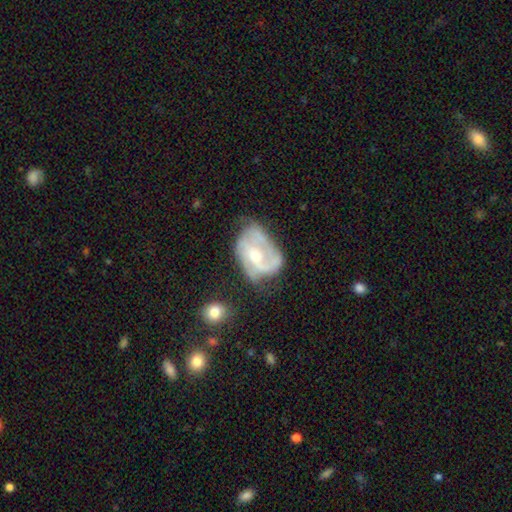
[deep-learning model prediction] This appears to be a featured or disk galaxy (74%) with no bar (55%), 2 (46%) medium (43%) spiral arms (81%) and a moderate central bulge (56%). Merging: none (39%).